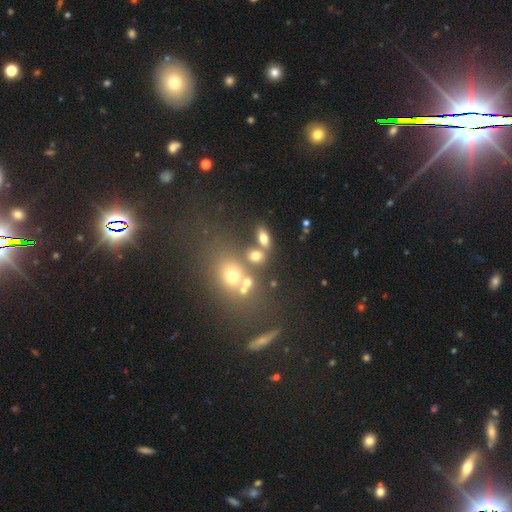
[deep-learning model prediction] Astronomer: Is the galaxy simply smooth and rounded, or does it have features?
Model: smooth — 67%.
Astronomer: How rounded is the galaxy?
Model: in between — 63%.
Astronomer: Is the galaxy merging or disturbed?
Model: none — 52% (runner-up: merger, 30%).